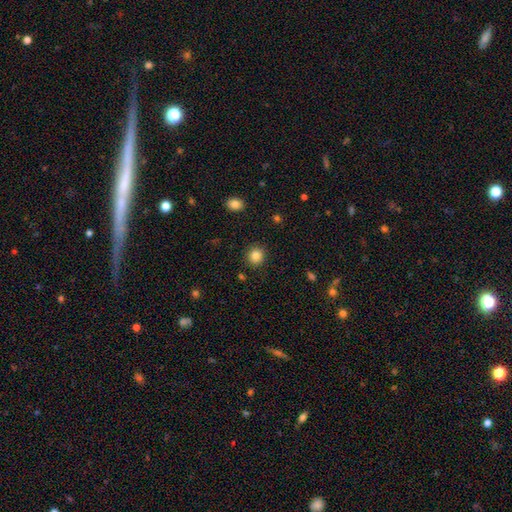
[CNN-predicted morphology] A smooth galaxy with no disk features (84%) that is round (90%). Merging: none (91%).